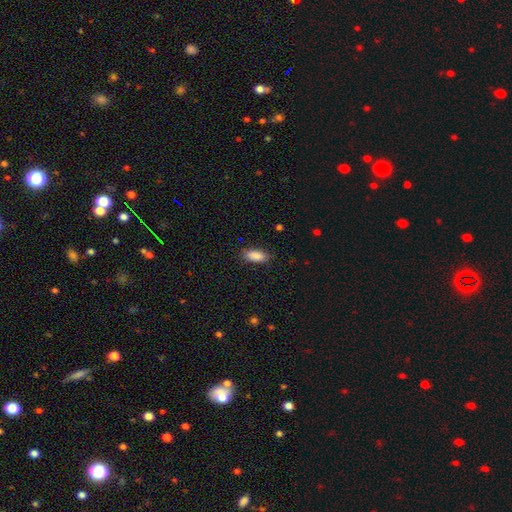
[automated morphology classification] Smooth or featured? smooth (88%)
How rounded? in between (85%)
Merging? none (83%)